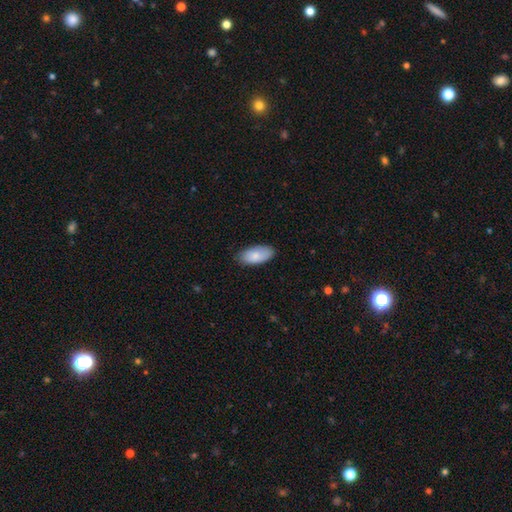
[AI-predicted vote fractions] A smooth galaxy with no disk features (83%) that is in between round and cigar-shaped (93%). Merging: none (82%).